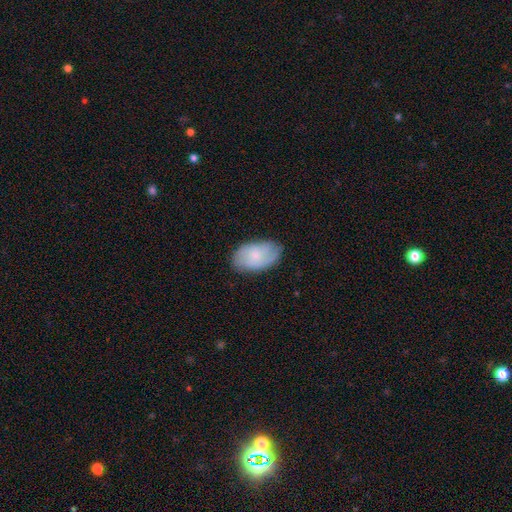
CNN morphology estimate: The model was most divided on "smooth or featured": smooth: 68%, featured or disk: 26%, star or artifact: 7%. More confident: how rounded — in between (93%); merging — none (76%).